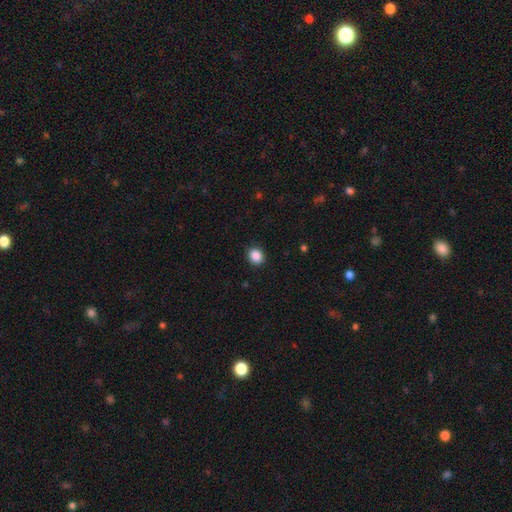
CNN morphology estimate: The model was most divided on "how rounded": round: 69%, in between: 30%, cigar-shaped: 1%. More confident: merging — none (90%); smooth or featured — smooth (88%).